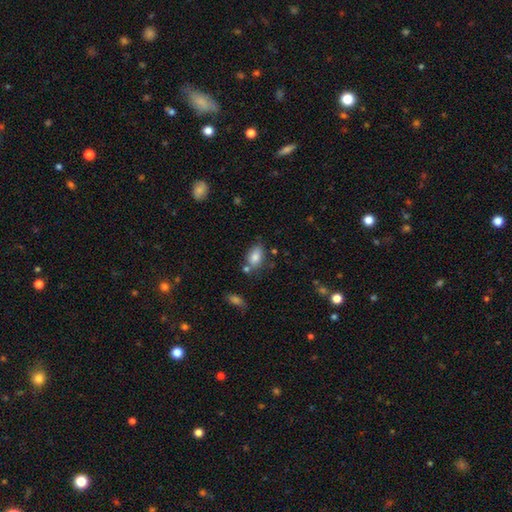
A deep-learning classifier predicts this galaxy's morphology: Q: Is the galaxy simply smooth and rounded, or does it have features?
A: smooth — 83%.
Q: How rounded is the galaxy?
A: in between — 88%.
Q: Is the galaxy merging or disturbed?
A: none — 63%.